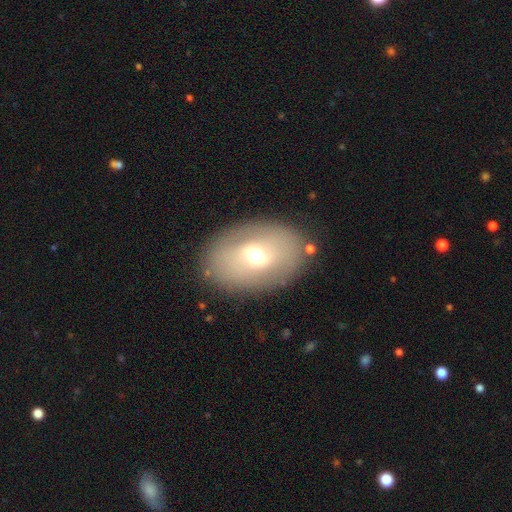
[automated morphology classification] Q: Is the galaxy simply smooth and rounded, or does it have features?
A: smooth — 50%.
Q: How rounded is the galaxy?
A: in between — 83%.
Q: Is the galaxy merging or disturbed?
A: none — 83%.